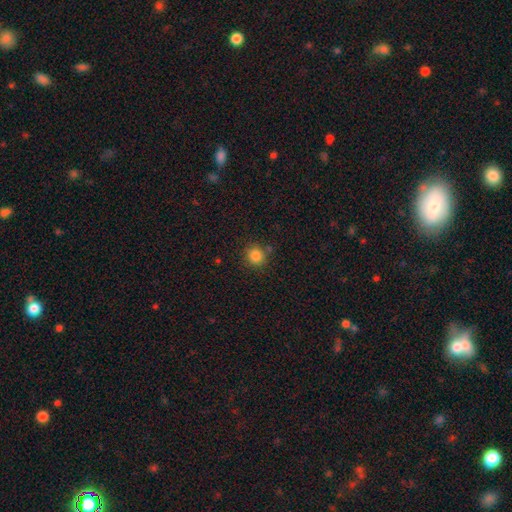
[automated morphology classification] smooth_or_featured: smooth (p=0.84) [alt: star or artifact p=0.12]
how_rounded: round (p=0.91) [alt: in between p=0.09]
merging: none (p=0.81) [alt: minor disturbance p=0.10]